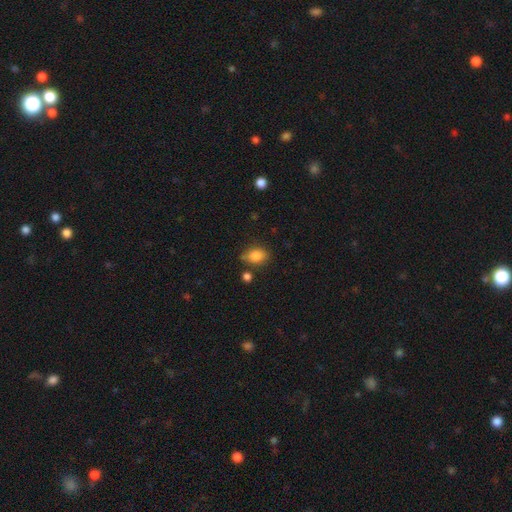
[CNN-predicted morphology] Overall: smooth (84%). How rounded: in between (78%). Merging: none (66%).